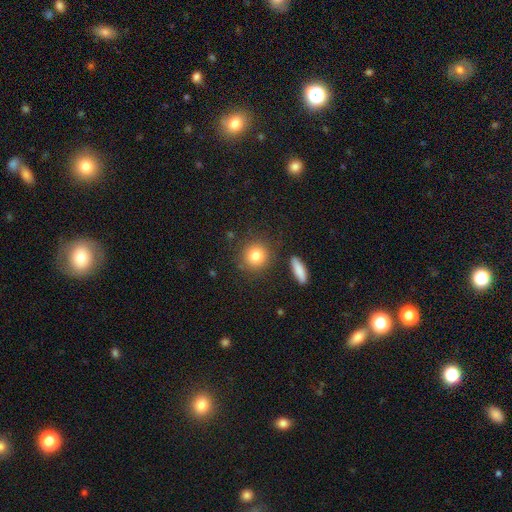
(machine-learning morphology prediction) smooth_or_featured: smooth (p=0.82) [alt: star or artifact p=0.10]
how_rounded: round (p=0.89) [alt: in between p=0.10]
merging: none (p=0.84) [alt: minor disturbance p=0.08]